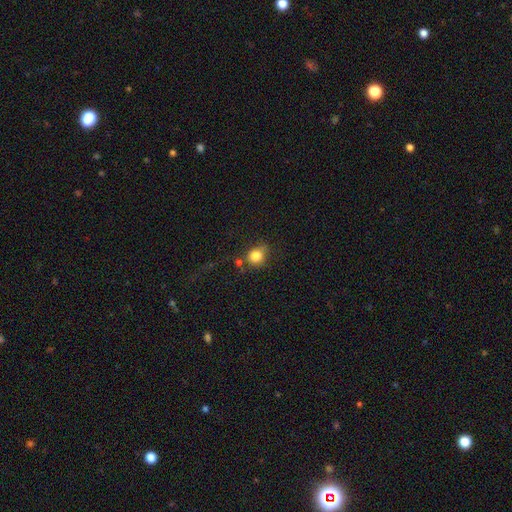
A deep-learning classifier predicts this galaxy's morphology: A smooth galaxy with no disk features (82%) that is round (66%). Merging: none (53%).